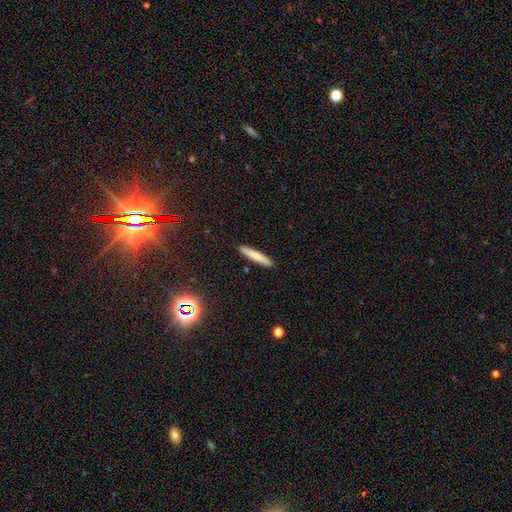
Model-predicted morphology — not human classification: smooth 75%, featured or disk 18%, star or artifact 7%. Down the decision tree: how rounded — cigar-shaped (93%); merging — none (91%).